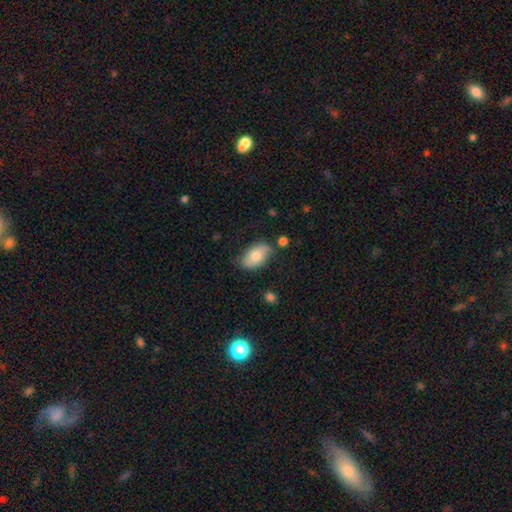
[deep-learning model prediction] smooth-or-featured: smooth: 72% | featured or disk: 22% | star or artifact: 6%
  how-rounded: in between: 93% | round: 5% | cigar-shaped: 2%
  merging: none: 72% | minor disturbance: 20% | major disturbance: 4% | merger: 4%